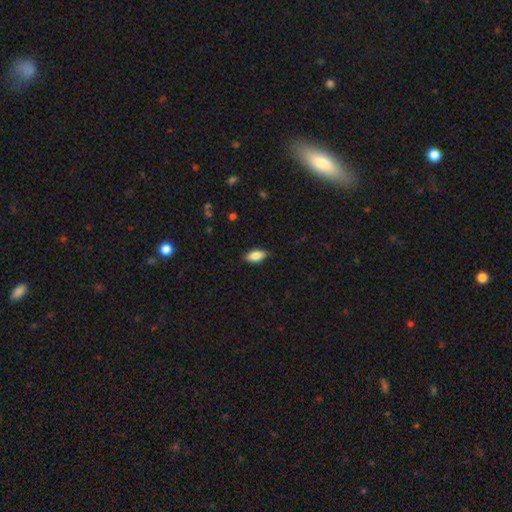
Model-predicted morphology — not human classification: Overall: smooth (84%). How rounded: in between (90%). Merging: none (85%).